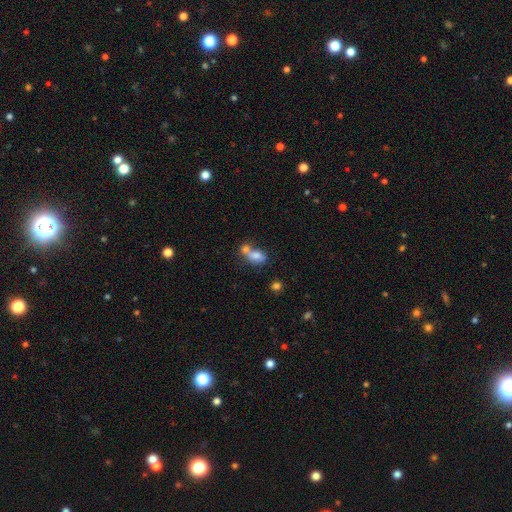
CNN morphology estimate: type=smooth (73%); roundness=in between (75%); merging=merger (65%).